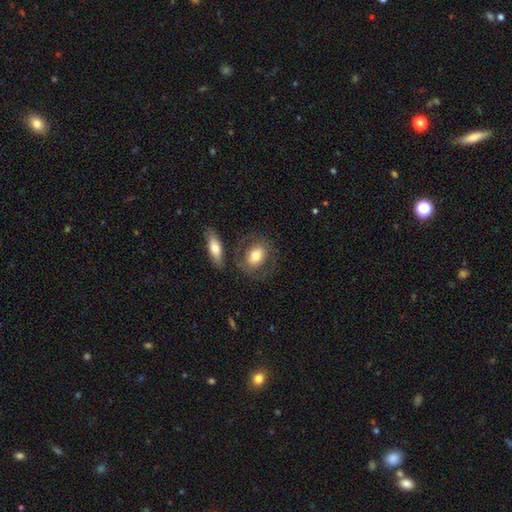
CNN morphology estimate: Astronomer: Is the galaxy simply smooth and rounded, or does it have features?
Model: smooth — 65%.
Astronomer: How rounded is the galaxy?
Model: in between — 61% (runner-up: round, 37%).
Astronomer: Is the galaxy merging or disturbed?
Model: none — 67%.